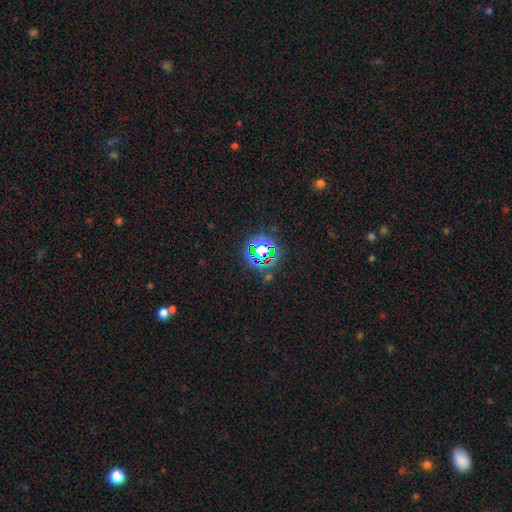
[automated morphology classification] Smooth or featured: star or artifact — 72% (smooth — 18%)